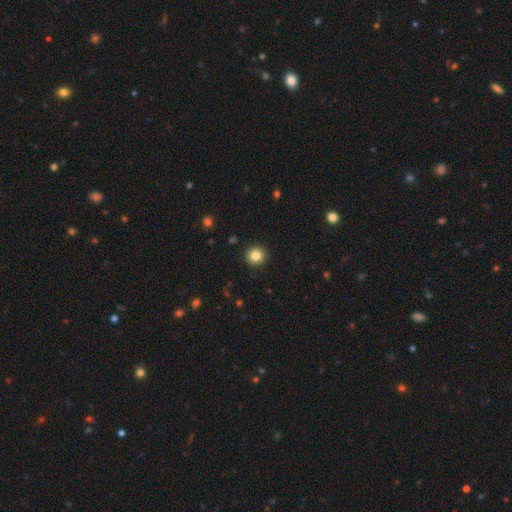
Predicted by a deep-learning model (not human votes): A smooth galaxy with no disk features (83%) that is round (92%).

Vote fractions:
- Smooth or featured? smooth: 83% / star or artifact: 11% / featured or disk: 6%
- How rounded? round: 92% / in between: 7% / cigar-shaped: 1%
- Merging? none: 92% / minor disturbance: 6% / major disturbance: 2% / merger: 1%